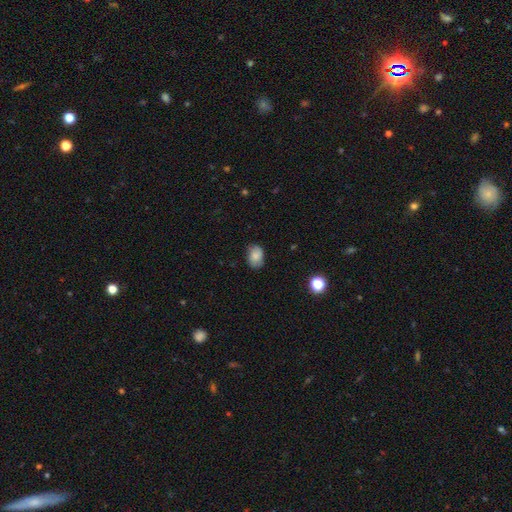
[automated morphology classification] A smooth galaxy with no disk features (79%) that is in between round and cigar-shaped (80%). Merging: none (76%).